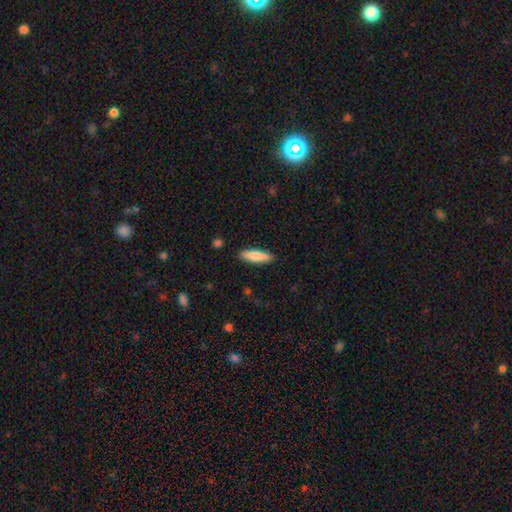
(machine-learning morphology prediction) The model was most divided on "how rounded": cigar-shaped: 69%, in between: 29%, round: 2%. More confident: merging — none (88%); smooth or featured — smooth (81%).